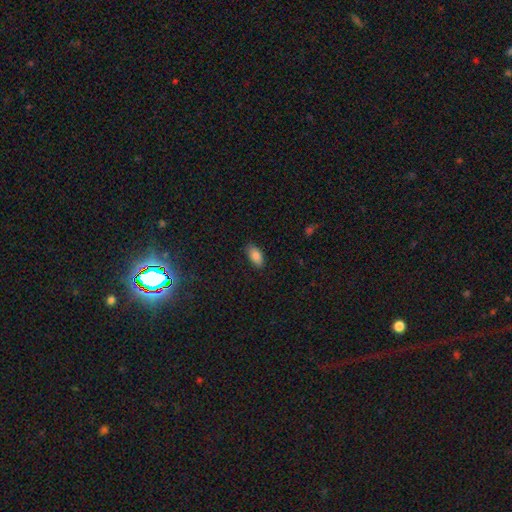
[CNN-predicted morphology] Smooth or featured: smooth — 87% (star or artifact — 8%)
How rounded: in between — 91% (cigar-shaped — 6%)
Merging: none — 84% (minor disturbance — 13%)